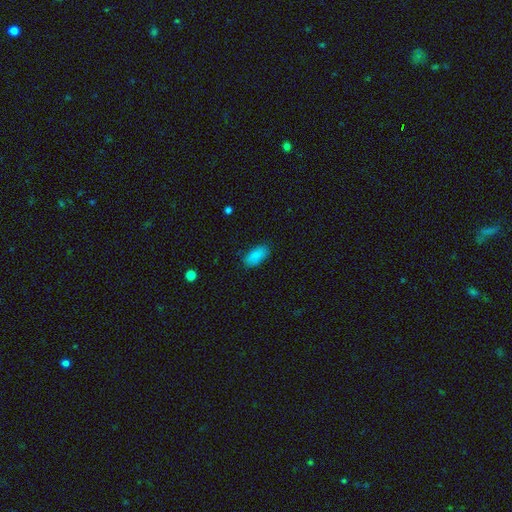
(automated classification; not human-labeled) This appears to be a smooth galaxy with no disk features (88%) that is in between round and cigar-shaped (91%). Merging: none (84%).